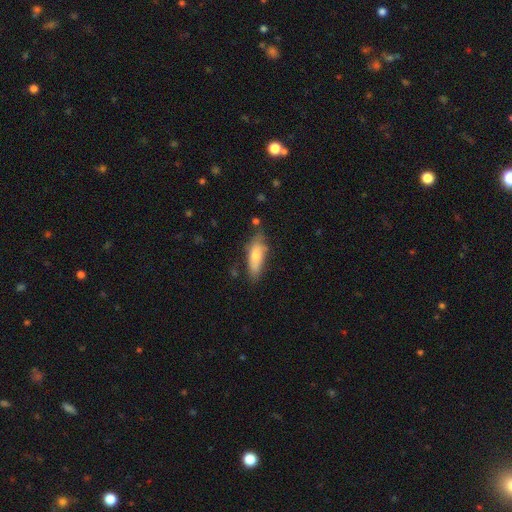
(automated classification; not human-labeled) Smooth or featured: smooth — 69% (featured or disk — 24%)
How rounded: in between — 59% (cigar-shaped — 39%)
Merging: none — 63% (minor disturbance — 26%)